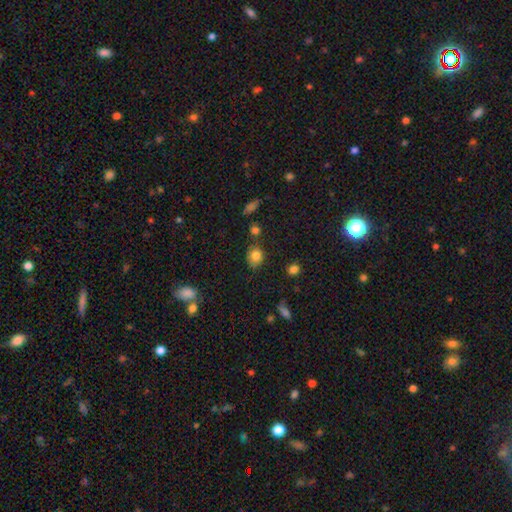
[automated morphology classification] This appears to be a smooth galaxy with no disk features (81%) that is round (61%). Merging: none (68%).